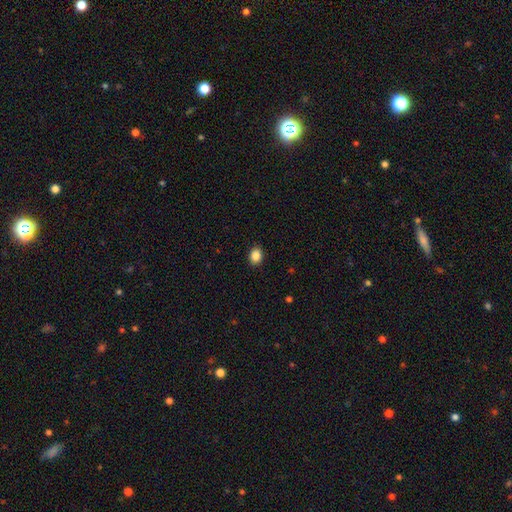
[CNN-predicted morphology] Q: Smooth or featured?
A: smooth (86%); runner-up: star or artifact (10%)
Q: How rounded?
A: in between (51%); runner-up: round (48%)
Q: Merging?
A: none (91%); runner-up: minor disturbance (7%)